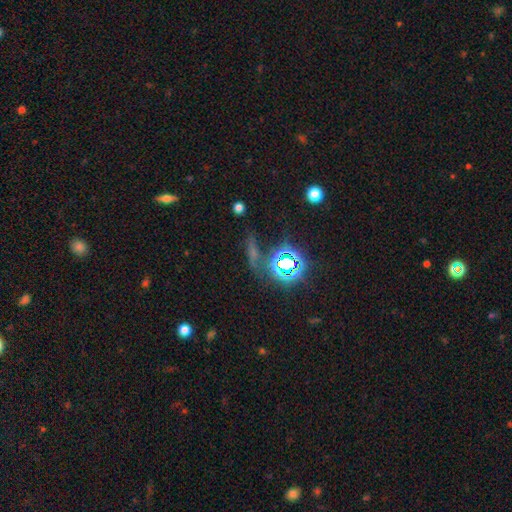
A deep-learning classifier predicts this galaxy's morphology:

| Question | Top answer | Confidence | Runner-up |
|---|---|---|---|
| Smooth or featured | star or artifact | 62% | smooth (22%) |